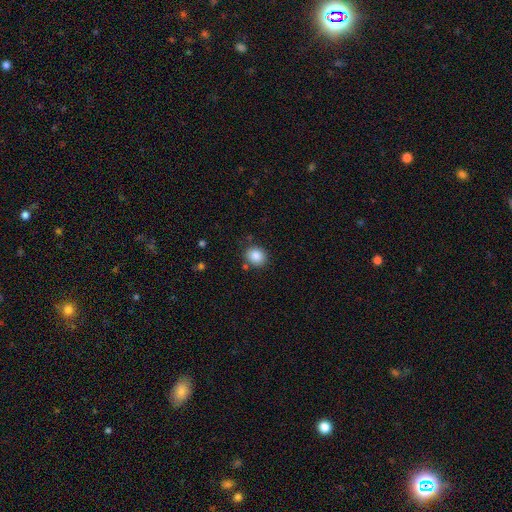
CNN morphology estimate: Smooth or featured: smooth — 86% (star or artifact — 9%)
How rounded: round — 71% (in between — 29%)
Merging: none — 82% (minor disturbance — 10%)